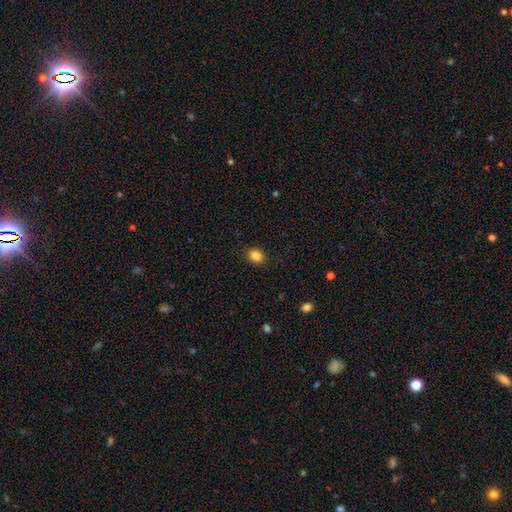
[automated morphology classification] Q: Smooth or featured?
A: smooth (85%); runner-up: star or artifact (10%)
Q: How rounded?
A: in between (51%); runner-up: round (48%)
Q: Merging?
A: none (89%); runner-up: minor disturbance (8%)